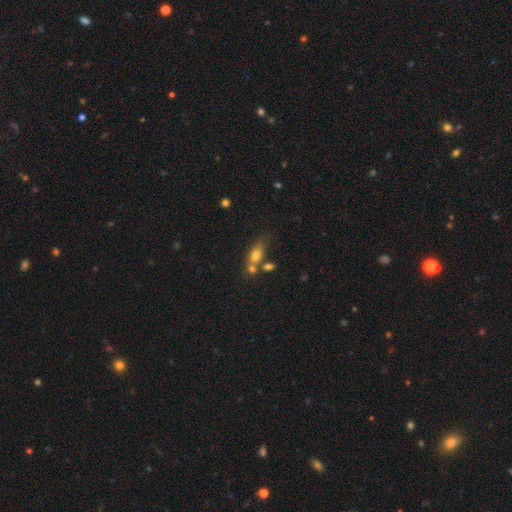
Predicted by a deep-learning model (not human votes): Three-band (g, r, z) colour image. It shows a smooth galaxy with no disk features (71%) that is in between round and cigar-shaped (73%). Merging: none (41%).